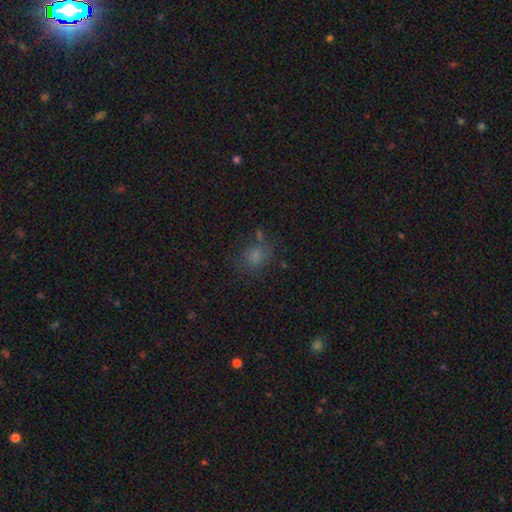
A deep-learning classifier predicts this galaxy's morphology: Q: Smooth or featured?
A: smooth (73%); runner-up: star or artifact (19%)
Q: How rounded?
A: round (64%); runner-up: in between (35%)
Q: Merging?
A: none (65%); runner-up: minor disturbance (18%)